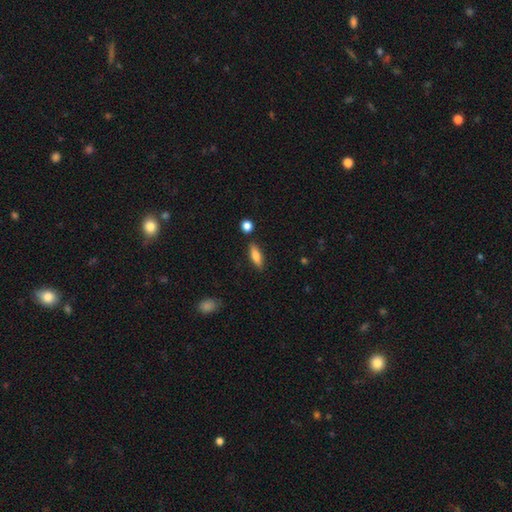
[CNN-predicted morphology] Smooth or featured?
  - smooth: 77% *
  - featured or disk: 17%
  - star or artifact: 7%
How rounded?
  - in between: 54% *
  - cigar-shaped: 44%
  - round: 3%
Merging?
  - none: 84% *
  - minor disturbance: 10%
  - merger: 3%
  - major disturbance: 2%